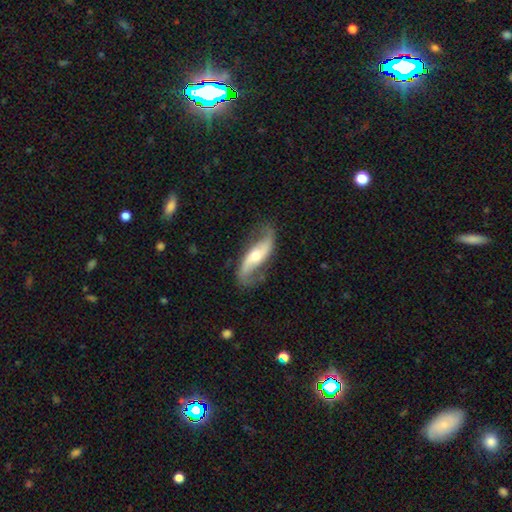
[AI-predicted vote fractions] This appears to be a featured or disk galaxy (84%) with no bar (45%), 2 (93%) loose (79%) spiral arms (94%) and a moderate central bulge (59%). Merging: none (75%).